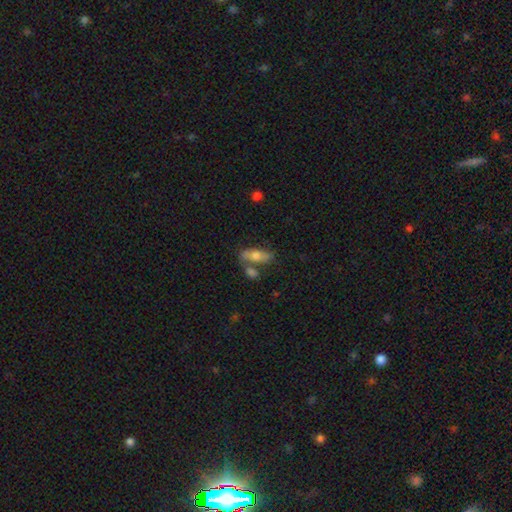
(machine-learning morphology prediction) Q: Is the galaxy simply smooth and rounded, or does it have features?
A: smooth — 61%.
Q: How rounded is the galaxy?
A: in between — 69%.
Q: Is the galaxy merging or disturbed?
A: none — 52%.